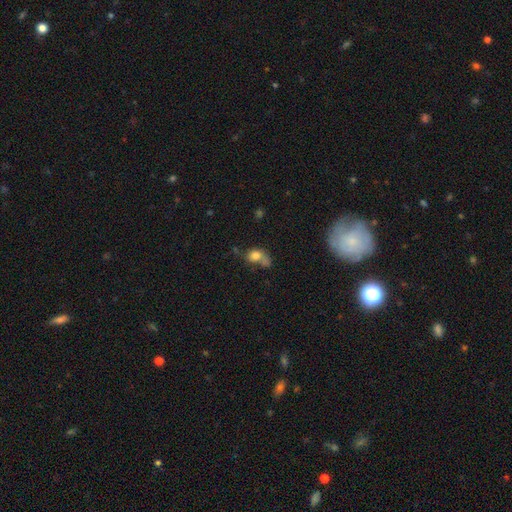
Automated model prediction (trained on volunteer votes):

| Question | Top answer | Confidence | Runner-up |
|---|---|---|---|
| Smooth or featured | smooth | 76% | featured or disk (12%) |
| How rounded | in between | 53% | round (45%) |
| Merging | none | 33% | merger (32%) |